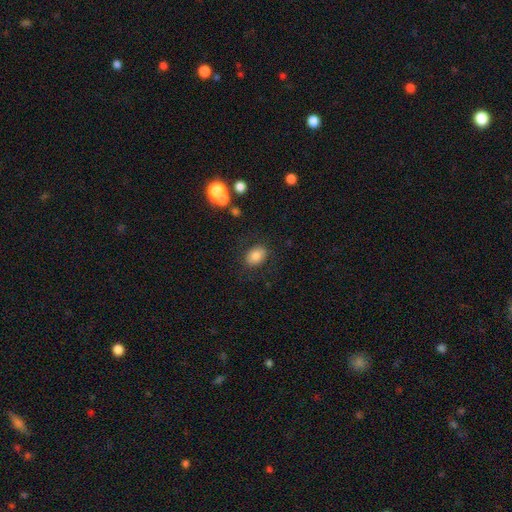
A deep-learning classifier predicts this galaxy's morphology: Smooth or featured? smooth (80%)
How rounded? in between (72%)
Merging? none (83%)